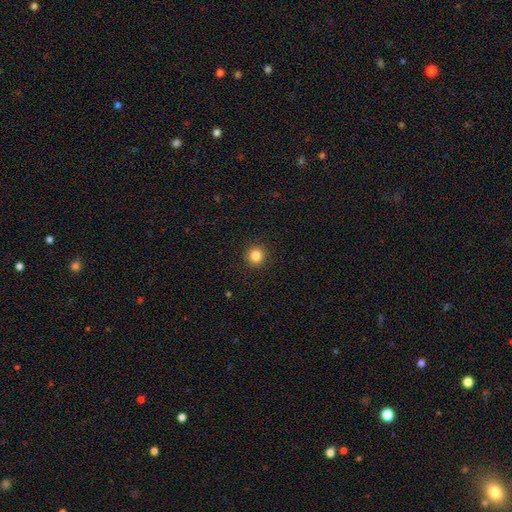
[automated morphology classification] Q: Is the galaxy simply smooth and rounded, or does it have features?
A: smooth — 83%.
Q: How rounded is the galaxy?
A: round — 94%.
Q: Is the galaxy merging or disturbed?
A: none — 93%.